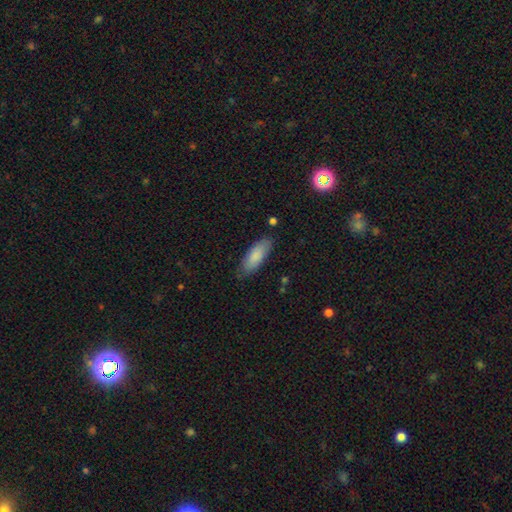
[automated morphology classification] Smooth or featured? smooth (84%)
How rounded? in between (71%)
Merging? none (80%)